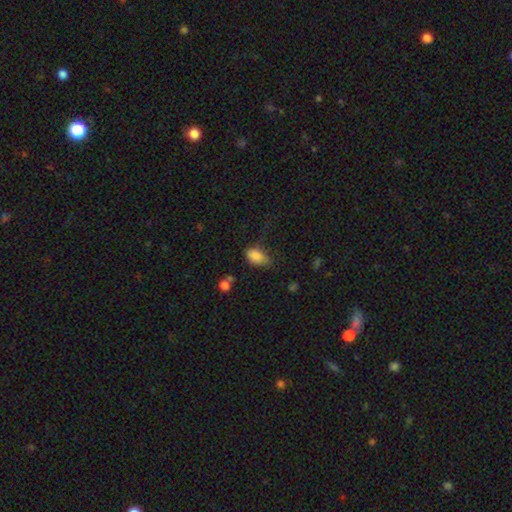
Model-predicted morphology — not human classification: A smooth galaxy with no disk features (84%) that is in between round and cigar-shaped (90%). Merging: none (46%).